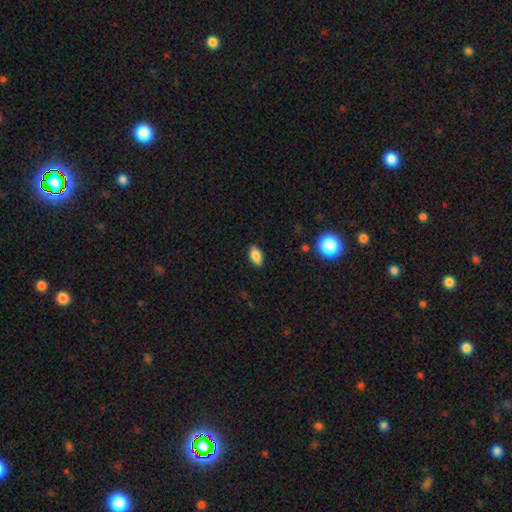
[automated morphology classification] smooth 86%, star or artifact 9%, featured or disk 5%. Down the decision tree: how rounded — in between (91%); merging — none (86%).